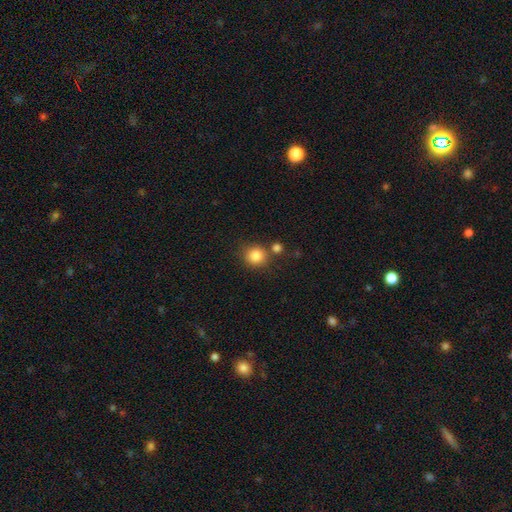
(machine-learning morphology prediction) Smooth or featured? smooth (84%)
How rounded? round (88%)
Merging? none (73%)